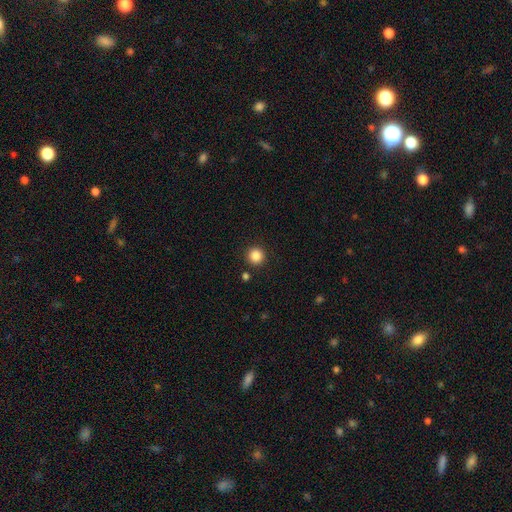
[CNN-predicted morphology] This appears to be a smooth galaxy with no disk features (86%) that is round (95%). Merging: none (90%).